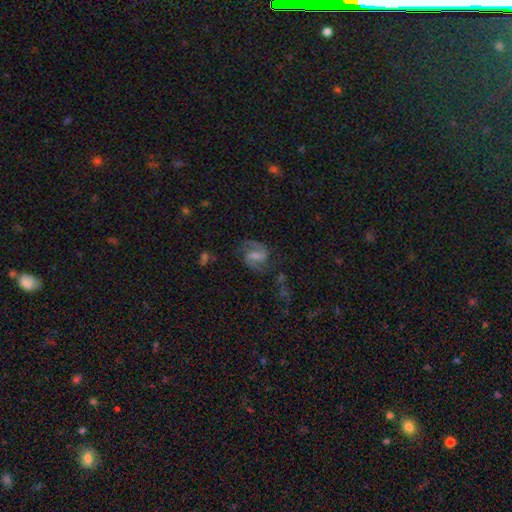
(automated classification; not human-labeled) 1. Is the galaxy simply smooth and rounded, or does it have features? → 85% featured or disk, 8% smooth, 7% star or artifact.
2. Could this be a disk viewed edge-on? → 98% no, 2% yes.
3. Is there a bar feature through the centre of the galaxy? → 51% weak, 31% strong, 19% no.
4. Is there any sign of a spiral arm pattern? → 96% yes, 4% no.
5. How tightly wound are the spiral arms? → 59% medium, 24% loose, 18% tight.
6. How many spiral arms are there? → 93% 2, 3% can't tell, 2% 1, 1% 3, 1% 4, 1% more than 4.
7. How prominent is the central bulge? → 42% small, 37% moderate, 15% none, 5% large, 1% dominant.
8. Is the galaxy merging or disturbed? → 76% none, 14% minor disturbance, 7% major disturbance, 3% merger.